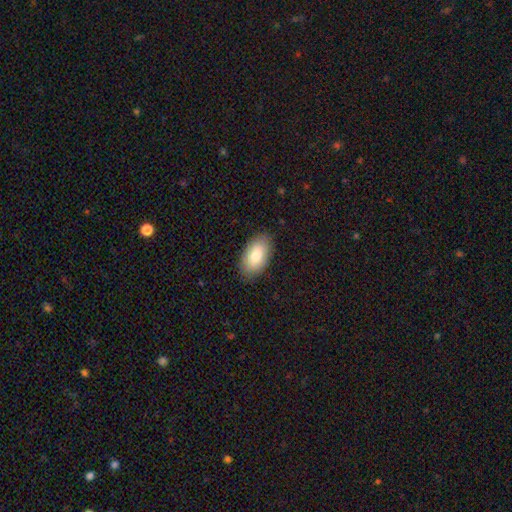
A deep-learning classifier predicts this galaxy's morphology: type=smooth (82%); roundness=in between (95%); merging=none (85%).